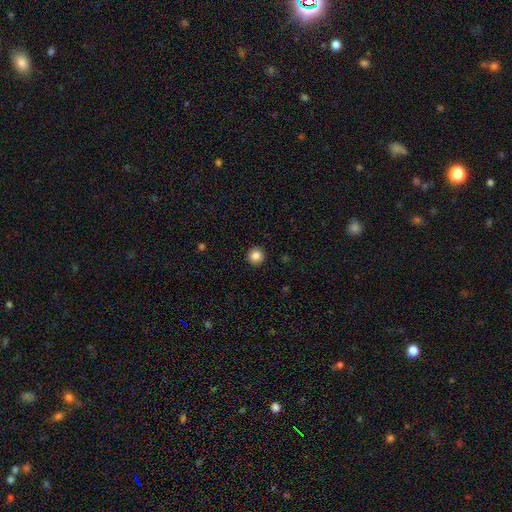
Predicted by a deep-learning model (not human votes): Q: Smooth or featured?
A: smooth (86%); runner-up: star or artifact (10%)
Q: How rounded?
A: round (94%); runner-up: in between (5%)
Q: Merging?
A: none (93%); runner-up: minor disturbance (5%)